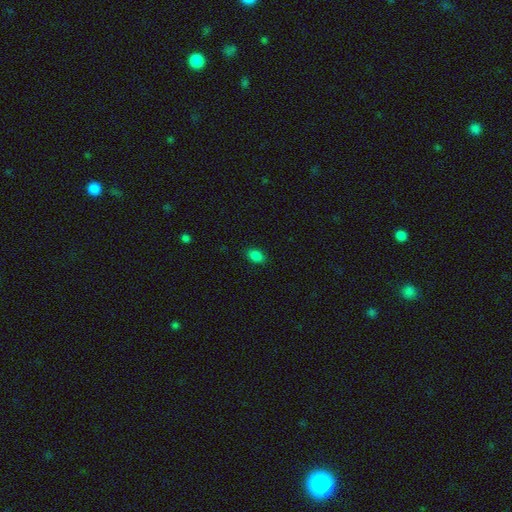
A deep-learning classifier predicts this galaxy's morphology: A smooth galaxy with no disk features (84%) that is in between round and cigar-shaped (83%). Merging: none (88%).